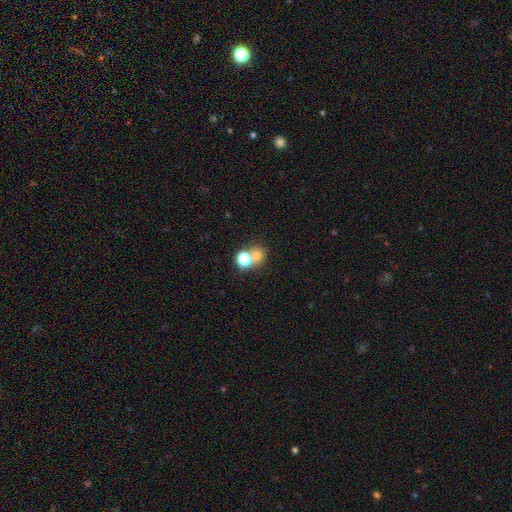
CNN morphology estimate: A smooth galaxy with no disk features (67%) that is round (79%).

Vote fractions:
- Smooth or featured? smooth: 67% / star or artifact: 22% / featured or disk: 11%
- How rounded? round: 79% / in between: 20% / cigar-shaped: 1%
- Merging? none: 48% / merger: 41% / minor disturbance: 7% / major disturbance: 4%